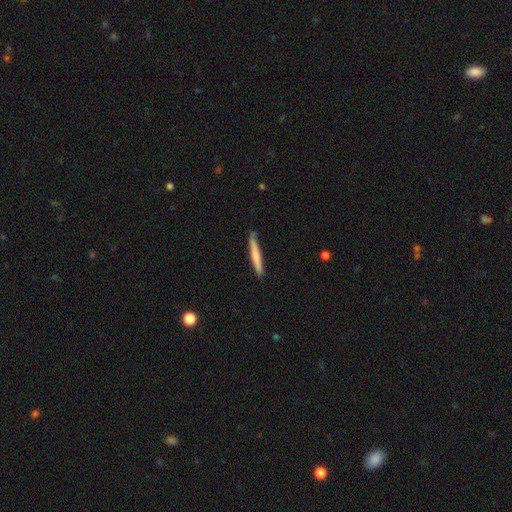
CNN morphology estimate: Smooth or featured: smooth — 68% (featured or disk — 27%)
How rounded: cigar-shaped — 96% (in between — 3%)
Merging: none — 84% (minor disturbance — 12%)